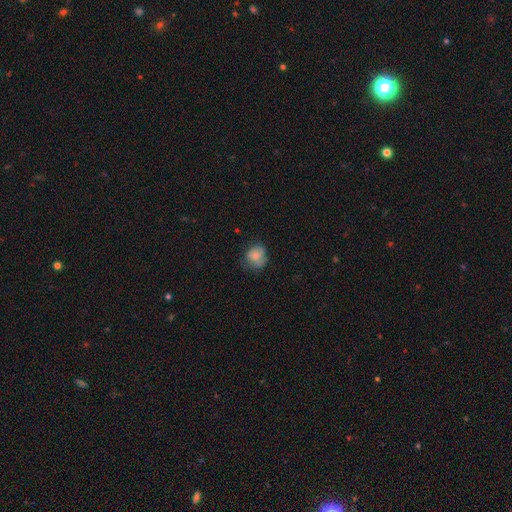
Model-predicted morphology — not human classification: This is likely a smooth galaxy (76%). How rounded: likely round (71%). Merging: possibly none (54%).